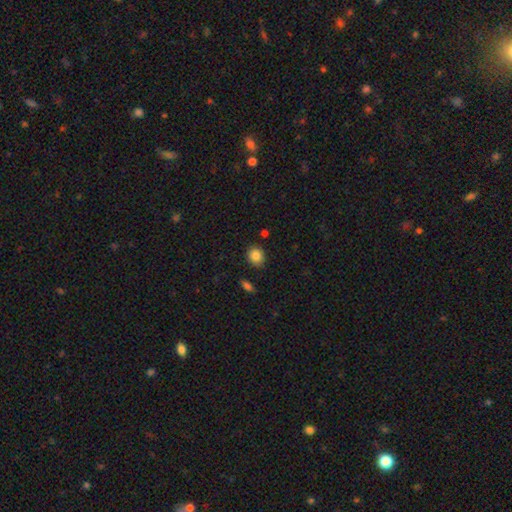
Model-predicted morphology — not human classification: smooth-or-featured: smooth: 85% | star or artifact: 9% | featured or disk: 6%
  how-rounded: round: 72% | in between: 27% | cigar-shaped: 1%
  merging: none: 87% | minor disturbance: 9% | merger: 2% | major disturbance: 2%